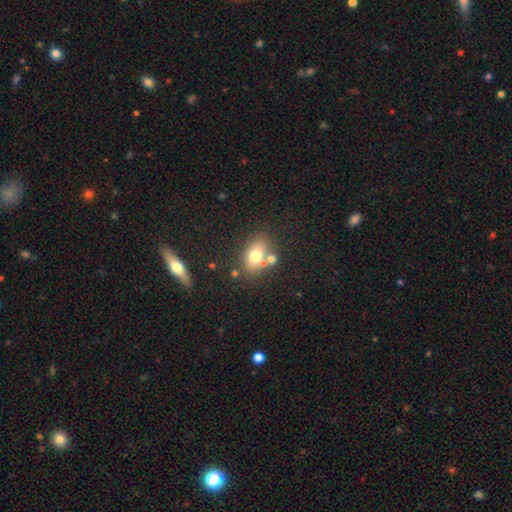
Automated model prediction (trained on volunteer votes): Q: Smooth or featured?
A: smooth (72%); runner-up: featured or disk (17%)
Q: How rounded?
A: in between (80%); runner-up: round (17%)
Q: Merging?
A: none (62%); runner-up: merger (20%)